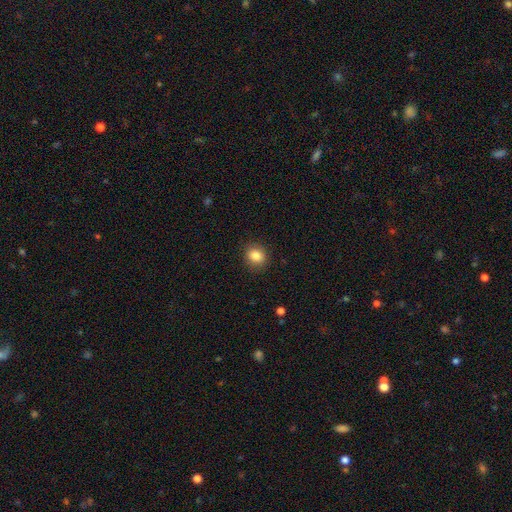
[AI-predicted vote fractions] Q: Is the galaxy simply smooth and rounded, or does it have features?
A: smooth — 84%.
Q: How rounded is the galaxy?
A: round — 73%.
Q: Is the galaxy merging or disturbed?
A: none — 88%.